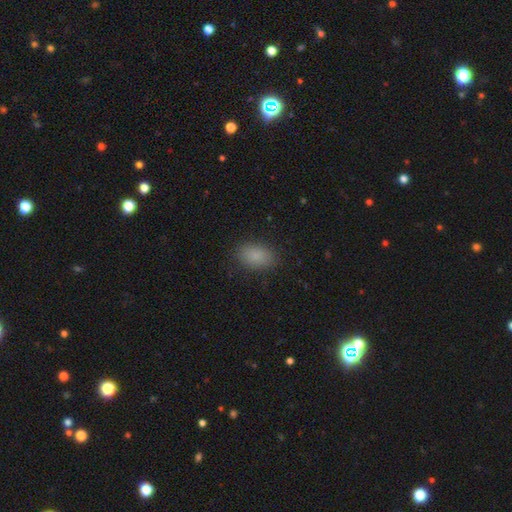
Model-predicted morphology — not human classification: Q: Smooth or featured?
A: smooth (86%); runner-up: star or artifact (9%)
Q: How rounded?
A: in between (88%); runner-up: round (11%)
Q: Merging?
A: none (86%); runner-up: minor disturbance (10%)